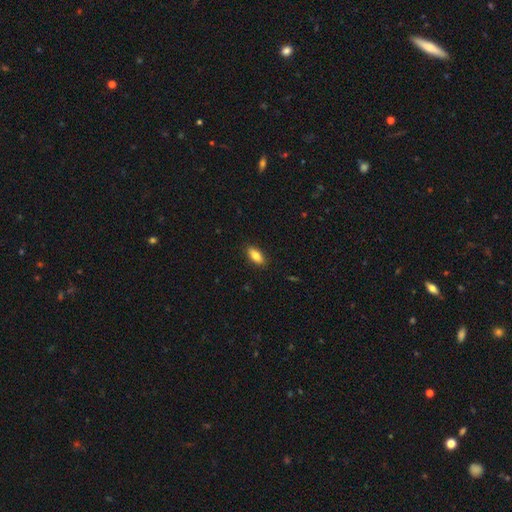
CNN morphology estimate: This is clearly a smooth galaxy (83%). How rounded: clearly in between (84%). Merging: clearly none (88%).